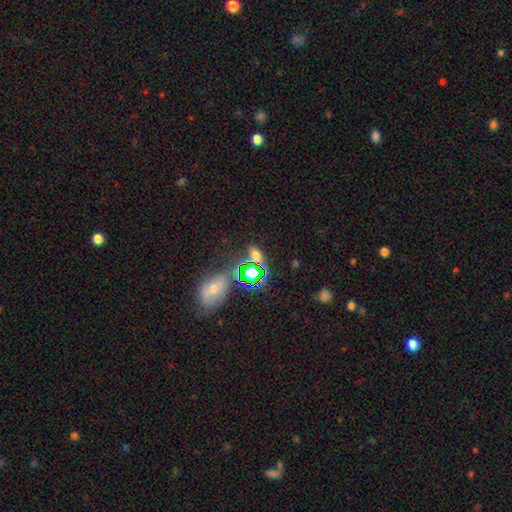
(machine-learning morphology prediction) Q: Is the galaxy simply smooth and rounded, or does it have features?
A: smooth — 46%.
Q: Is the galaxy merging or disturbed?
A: none — 71%.